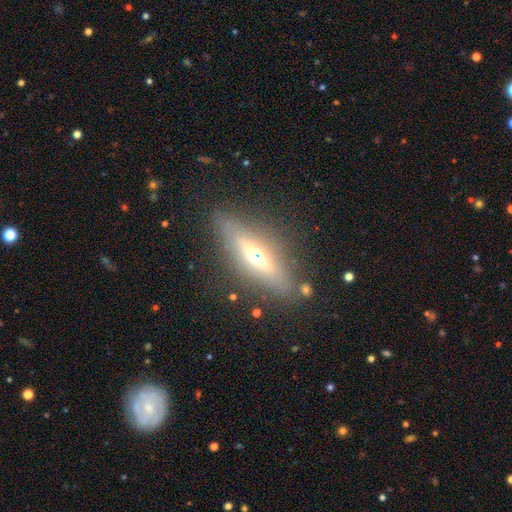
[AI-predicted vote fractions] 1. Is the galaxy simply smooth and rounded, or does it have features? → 64% featured or disk, 27% smooth, 9% star or artifact.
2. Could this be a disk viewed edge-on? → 90% yes, 10% no.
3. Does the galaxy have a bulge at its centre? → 84% rounded, 8% none, 8% boxy.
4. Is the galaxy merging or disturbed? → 82% none, 12% minor disturbance, 4% major disturbance, 2% merger.